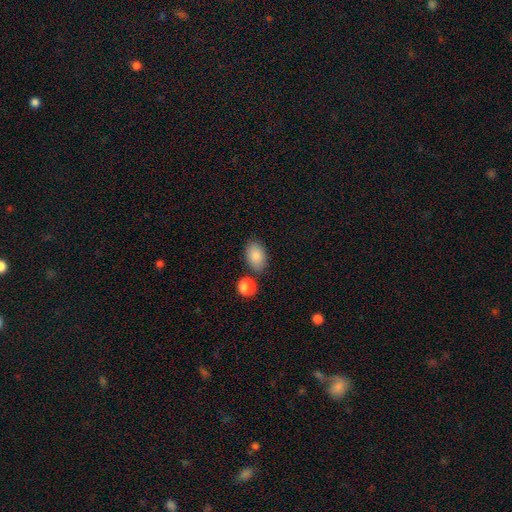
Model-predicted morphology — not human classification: Smooth or featured?
  - smooth: 86% *
  - star or artifact: 7%
  - featured or disk: 7%
How rounded?
  - in between: 89% *
  - round: 10%
  - cigar-shaped: 1%
Merging?
  - none: 79% *
  - minor disturbance: 12%
  - merger: 6%
  - major disturbance: 3%